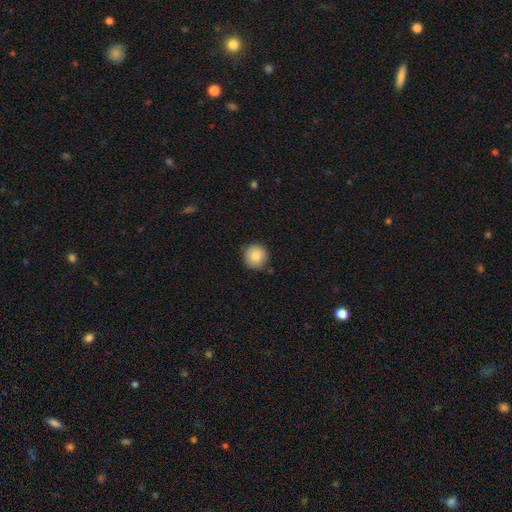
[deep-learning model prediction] Morphology: type=smooth (83%); roundness=round (94%); merging=none (83%).